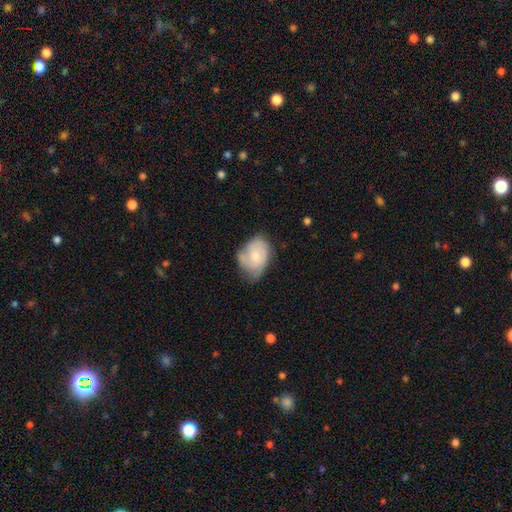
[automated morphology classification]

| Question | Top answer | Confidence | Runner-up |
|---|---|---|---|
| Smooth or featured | smooth | 49% | featured or disk (45%) |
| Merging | none | 42% | minor disturbance (40%) |